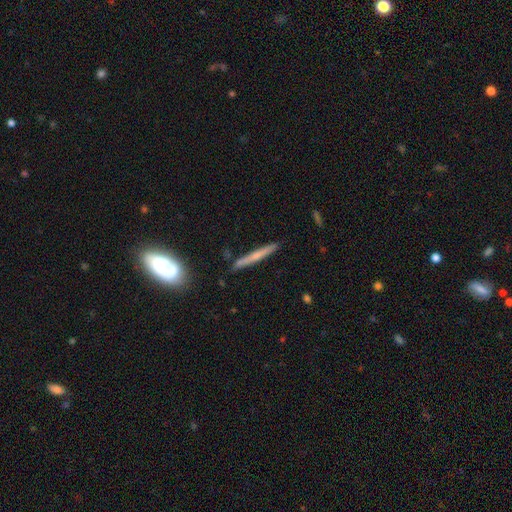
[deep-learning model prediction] Smooth or featured? featured or disk (48%)
Merging? none (86%)